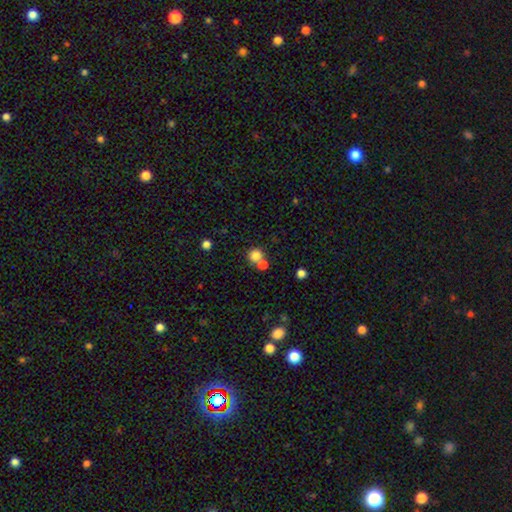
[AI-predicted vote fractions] Morphology: type=smooth (81%); roundness=round (88%); merging=none (52%).